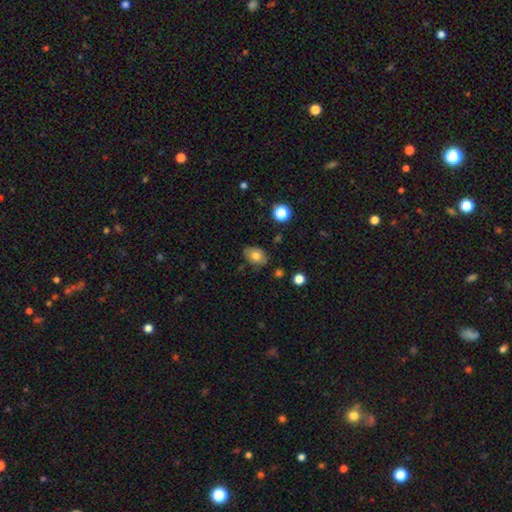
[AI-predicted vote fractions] This appears to be a smooth galaxy with no disk features (72%) that is in between round and cigar-shaped (73%). Merging: none (75%).